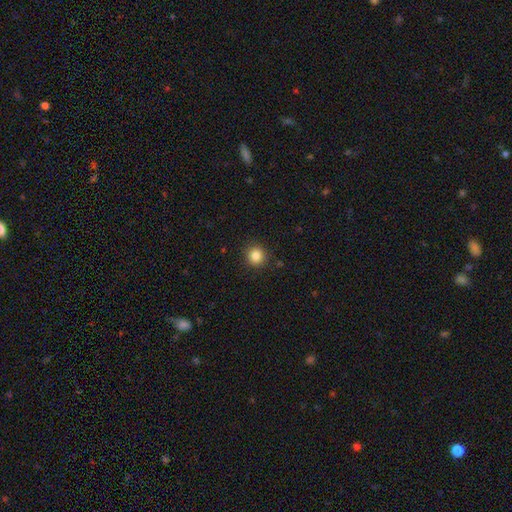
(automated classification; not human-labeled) Q: Smooth or featured?
A: smooth (85%); runner-up: star or artifact (11%)
Q: How rounded?
A: round (92%); runner-up: in between (7%)
Q: Merging?
A: none (90%); runner-up: minor disturbance (6%)